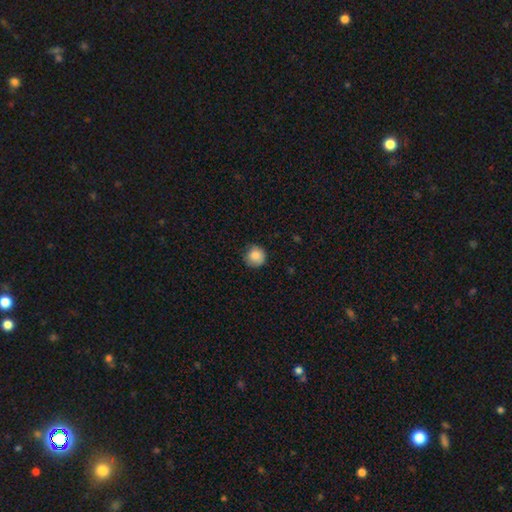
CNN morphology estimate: A smooth galaxy with no disk features (86%) that is round (93%).

Vote fractions:
- Smooth or featured? smooth: 86% / star or artifact: 9% / featured or disk: 5%
- How rounded? round: 93% / in between: 6% / cigar-shaped: 1%
- Merging? none: 80% / minor disturbance: 16% / major disturbance: 3% / merger: 1%